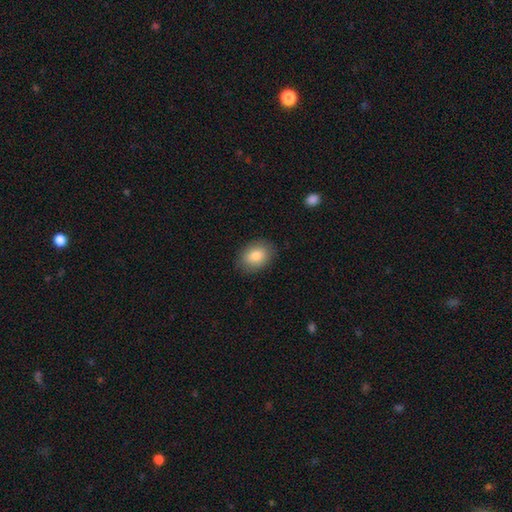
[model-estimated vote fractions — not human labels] This appears to be a smooth galaxy with no disk features (82%) that is in between round and cigar-shaped (75%). Merging: none (86%).